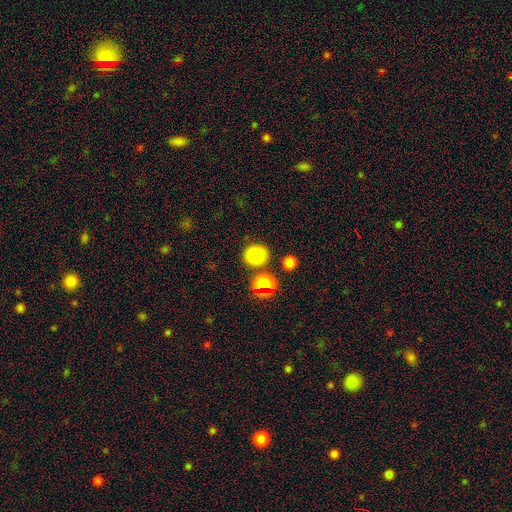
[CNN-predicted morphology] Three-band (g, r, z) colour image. It shows a smooth galaxy with no disk features (80%) that is round (80%). Merging: none (78%).